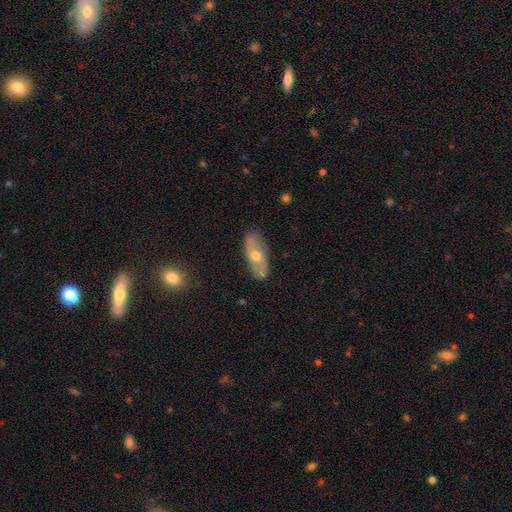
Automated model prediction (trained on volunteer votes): Smooth or featured? featured or disk (54%)
Edge-on disk? no (81%)
Merging? none (82%)